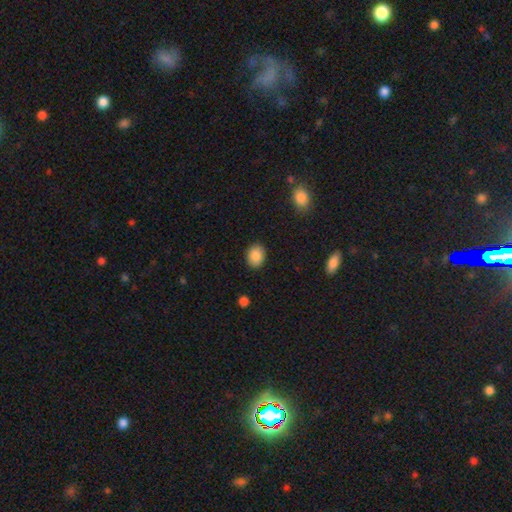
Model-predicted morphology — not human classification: Q: Smooth or featured?
A: smooth (88%); runner-up: star or artifact (8%)
Q: How rounded?
A: in between (60%); runner-up: round (39%)
Q: Merging?
A: none (88%); runner-up: minor disturbance (8%)